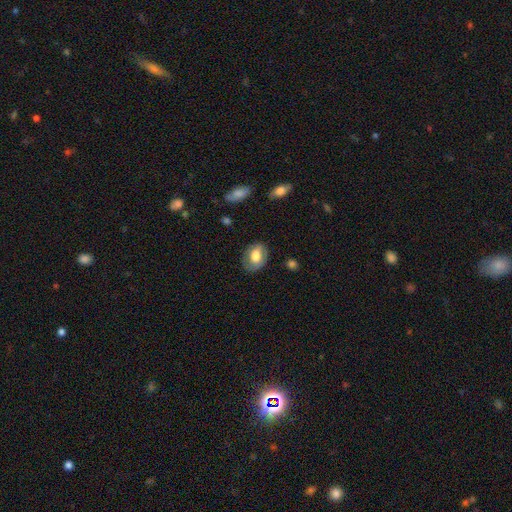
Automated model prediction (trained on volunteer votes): smooth 61%, featured or disk 32%, star or artifact 7%. Down the decision tree: how rounded — in between (73%); merging — none (77%).